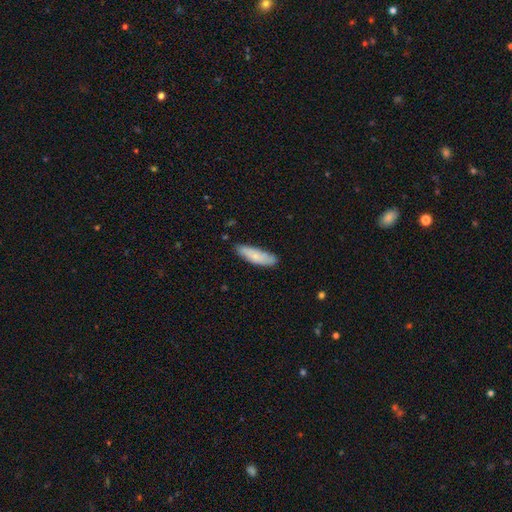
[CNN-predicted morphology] Smooth or featured? smooth (70%)
How rounded? cigar-shaped (51%)
Merging? none (74%)